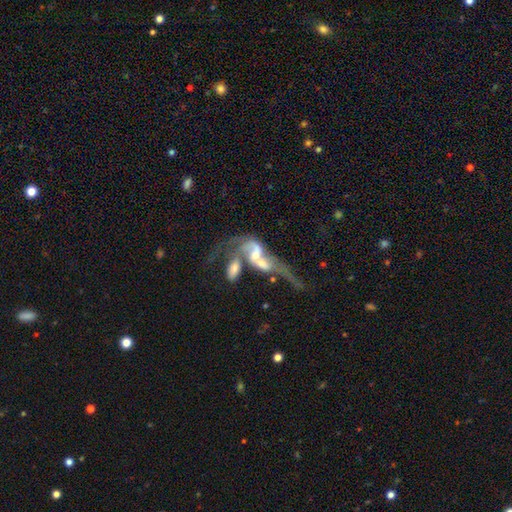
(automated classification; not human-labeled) smooth_or_featured: featured or disk (p=0.72) [alt: smooth p=0.20]
disk_edge_on: no (p=0.90) [alt: yes p=0.10]
bar: no (p=0.51) [alt: weak p=0.32]
has_spiral_arms: yes (p=0.74) [alt: no p=0.26]
bulge_size: moderate (p=0.40) [alt: small p=0.31]
merging: merger (p=0.71) [alt: major disturbance p=0.15]